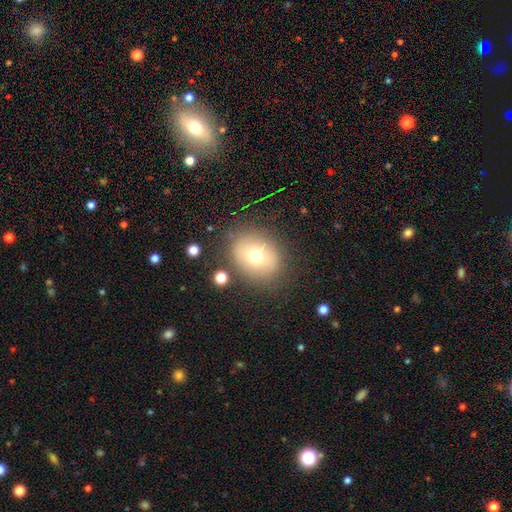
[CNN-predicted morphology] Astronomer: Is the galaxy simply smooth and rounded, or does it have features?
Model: smooth — 67%.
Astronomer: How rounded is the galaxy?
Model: round — 53% (runner-up: in between, 46%).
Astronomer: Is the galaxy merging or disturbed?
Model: none — 81%.